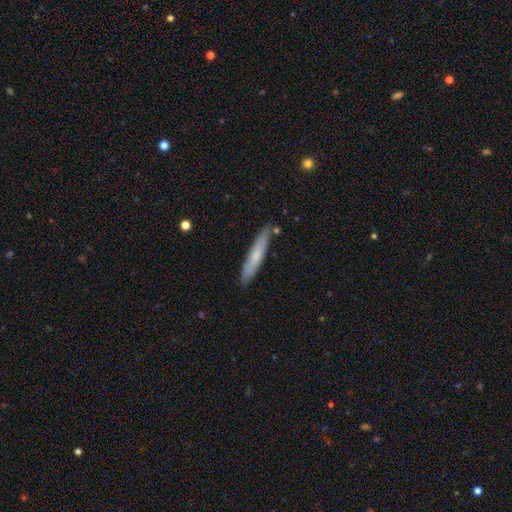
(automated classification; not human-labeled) Morphology: type=smooth (62%); roundness=cigar-shaped (92%); merging=none (85%).